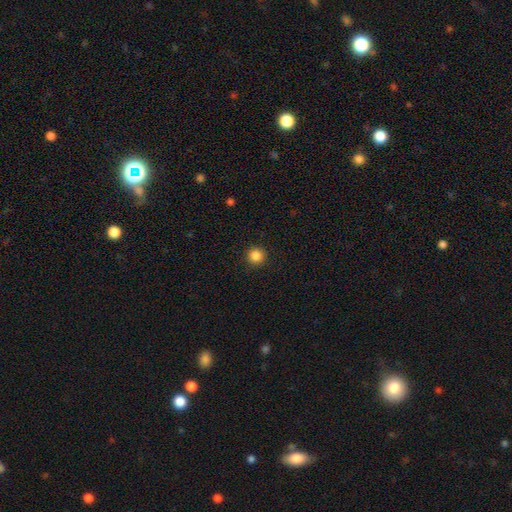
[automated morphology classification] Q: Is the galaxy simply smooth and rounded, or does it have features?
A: smooth — 86%.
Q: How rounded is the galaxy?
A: round — 95%.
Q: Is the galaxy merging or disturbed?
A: none — 93%.